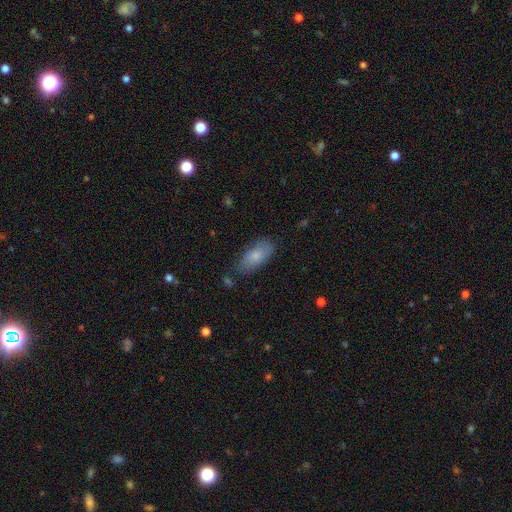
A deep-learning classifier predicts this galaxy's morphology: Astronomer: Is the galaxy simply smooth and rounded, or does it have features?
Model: smooth — 80%.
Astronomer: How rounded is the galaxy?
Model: in between — 88%.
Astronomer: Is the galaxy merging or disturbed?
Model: none — 73%.